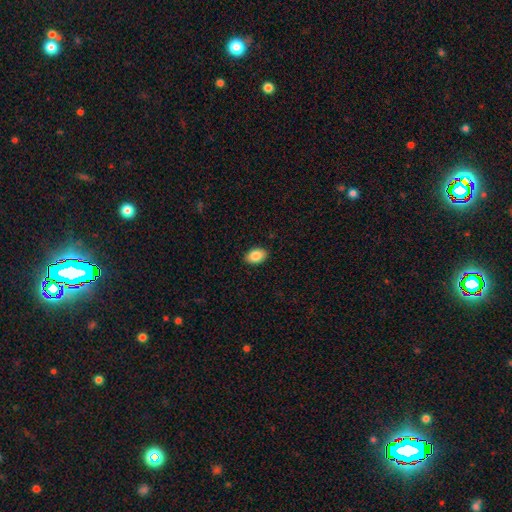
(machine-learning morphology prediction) smooth-or-featured: smooth: 87% | star or artifact: 7% | featured or disk: 6%
  how-rounded: in between: 89% | round: 10% | cigar-shaped: 1%
  merging: none: 90% | minor disturbance: 7% | major disturbance: 2% | merger: 1%